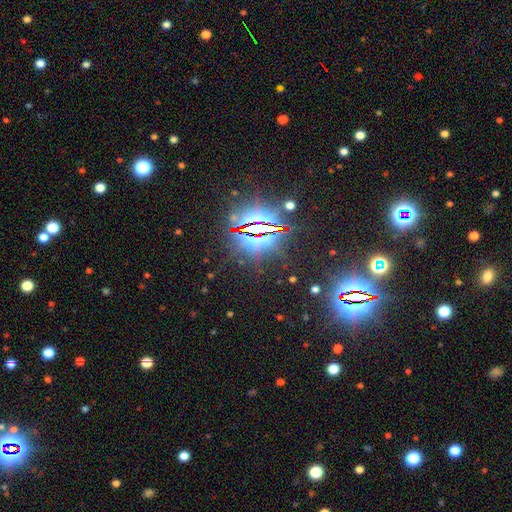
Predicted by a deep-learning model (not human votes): Morphology: type=star or artifact (85%).